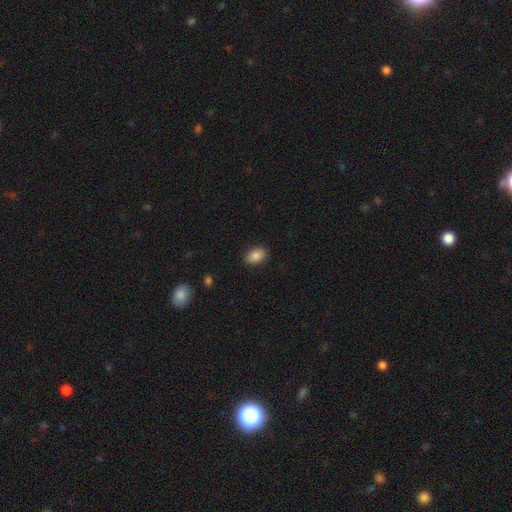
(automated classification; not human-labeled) Q: Smooth or featured?
A: smooth (86%); runner-up: star or artifact (8%)
Q: How rounded?
A: in between (86%); runner-up: round (13%)
Q: Merging?
A: none (88%); runner-up: minor disturbance (9%)